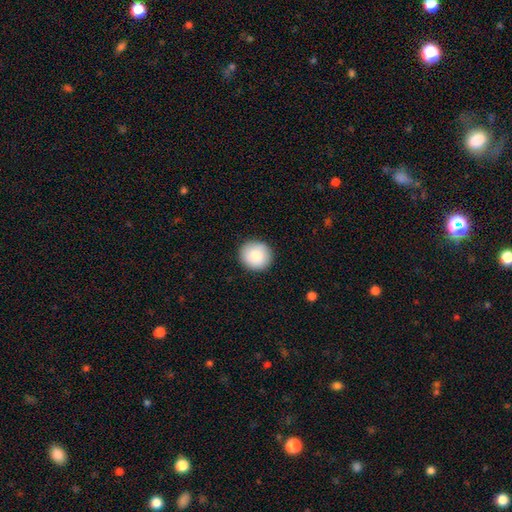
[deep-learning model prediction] Morphology: type=smooth (86%); roundness=round (89%); merging=none (91%).